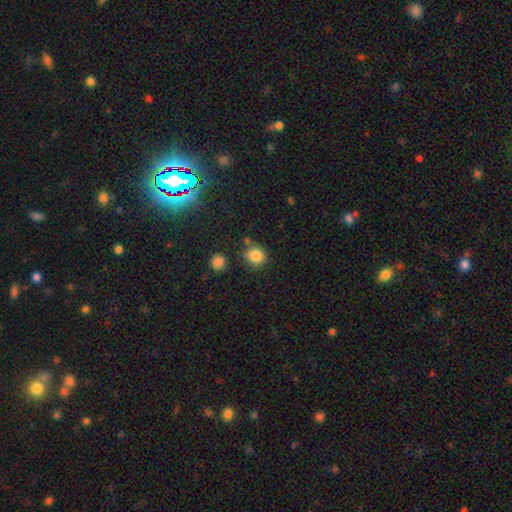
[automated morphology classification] Overall: smooth (85%). How rounded: round (82%). Merging: none (74%).